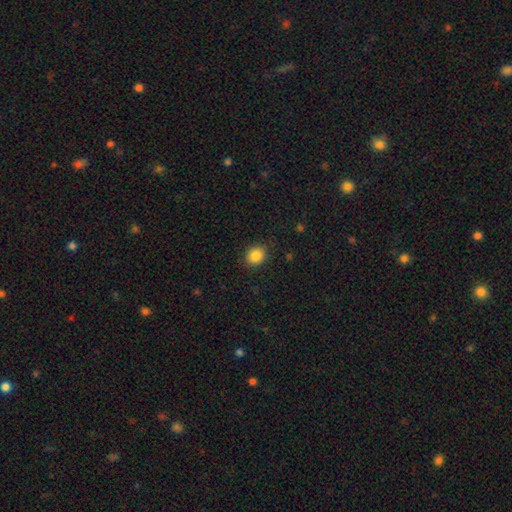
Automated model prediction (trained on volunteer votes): Smooth or featured?
  - smooth: 86% *
  - star or artifact: 10%
  - featured or disk: 4%
How rounded?
  - round: 62% *
  - in between: 37%
  - cigar-shaped: 1%
Merging?
  - none: 88% *
  - minor disturbance: 9%
  - major disturbance: 3%
  - merger: 1%